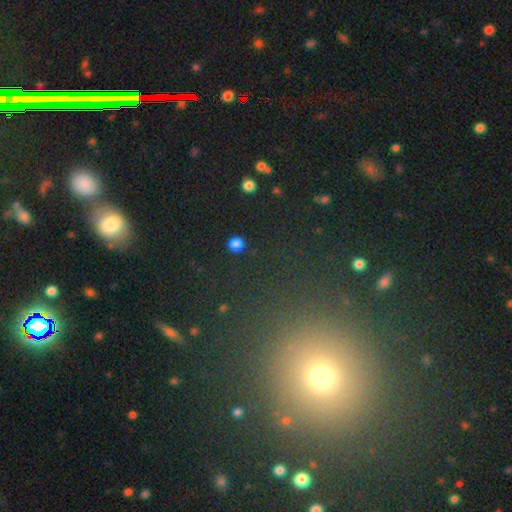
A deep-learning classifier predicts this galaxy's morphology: Smooth or featured: star or artifact — 47% (smooth — 43%)